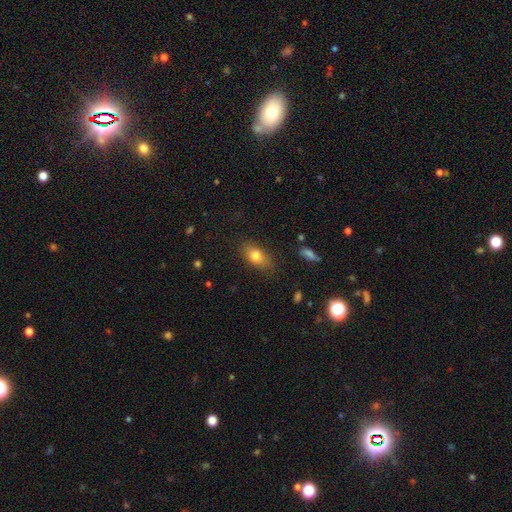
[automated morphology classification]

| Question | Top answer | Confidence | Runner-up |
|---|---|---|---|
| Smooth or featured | smooth | 78% | featured or disk (13%) |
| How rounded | in between | 83% | round (10%) |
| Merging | none | 80% | minor disturbance (15%) |